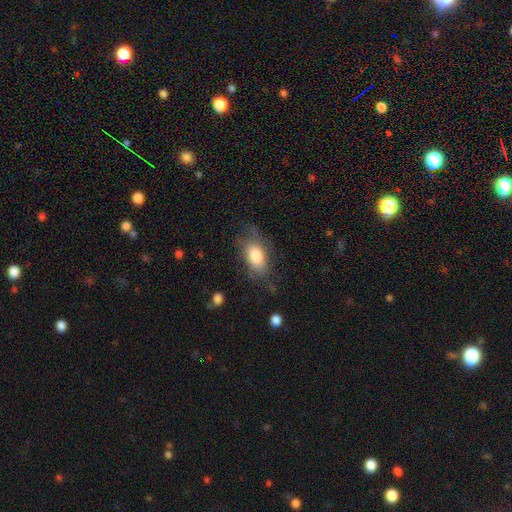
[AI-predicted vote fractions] Overall: smooth (74%). How rounded: in between (91%). Merging: none (60%; minor disturbance 25%).